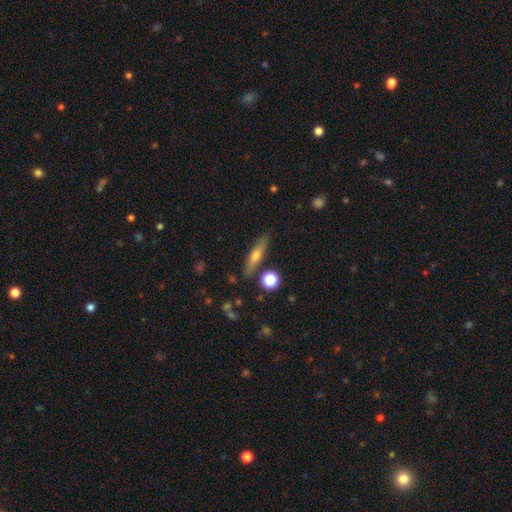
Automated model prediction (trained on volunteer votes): Q: Smooth or featured?
A: smooth (49%); runner-up: featured or disk (42%)
Q: Merging?
A: none (84%); runner-up: minor disturbance (10%)